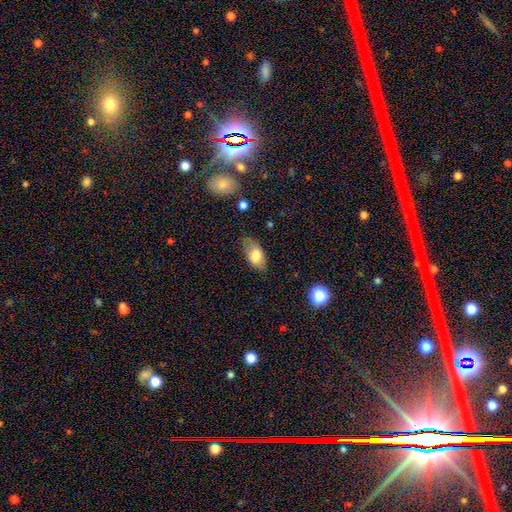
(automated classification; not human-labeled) Smooth or featured? smooth (77%)
How rounded? in between (90%)
Merging? none (68%)